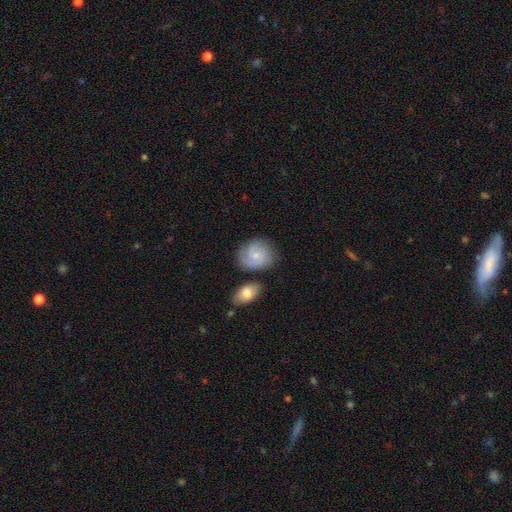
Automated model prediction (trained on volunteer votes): Overall: smooth (55%; featured or disk 39%). How rounded: round (67%; in between 32%). Merging: none (60%; minor disturbance 22%).